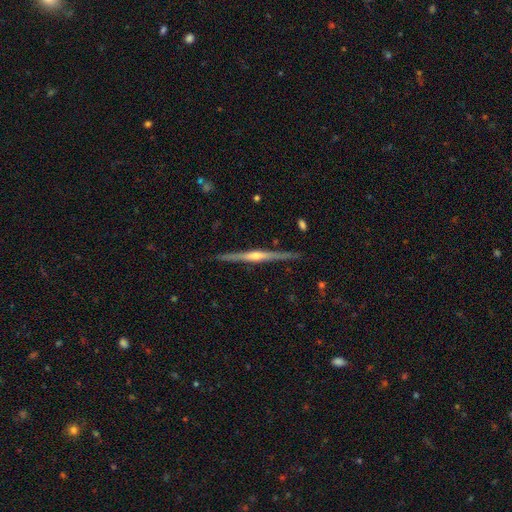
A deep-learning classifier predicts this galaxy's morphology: Smooth or featured: featured or disk — 82% (smooth — 13%)
Edge-on disk: yes — 98% (no — 2%)
Edge-on bulge: rounded — 81% (none — 12%)
Merging: none — 91% (minor disturbance — 7%)